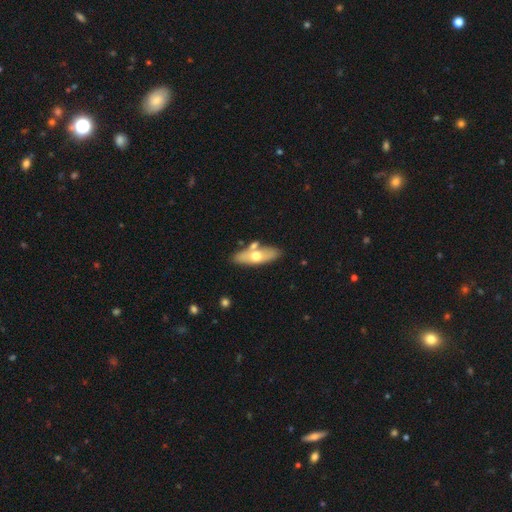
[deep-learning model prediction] Overall: smooth (53%; featured or disk 41%). How rounded: in between (60%; cigar-shaped 37%). Merging: none (74%).